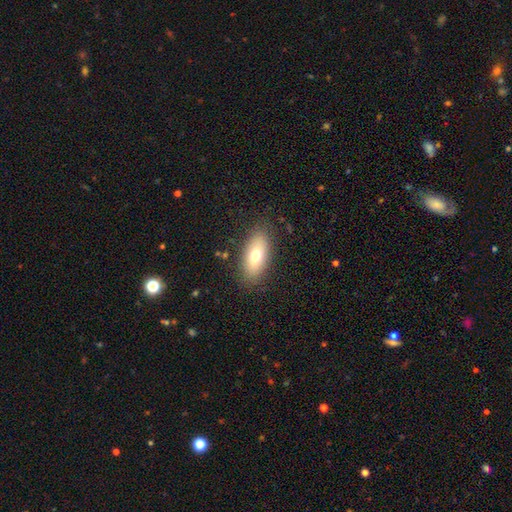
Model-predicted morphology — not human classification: Overall: smooth (71%). How rounded: in between (86%). Merging: none (85%).